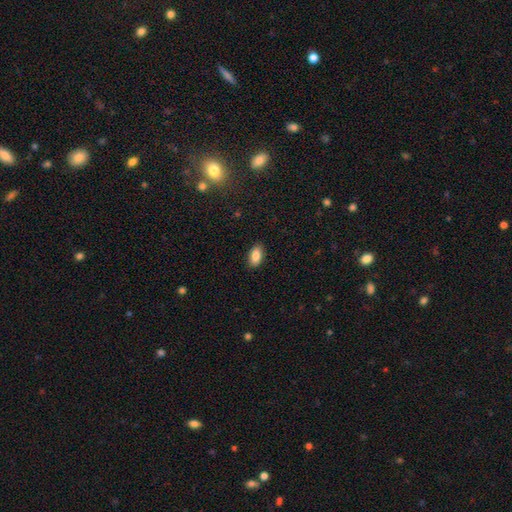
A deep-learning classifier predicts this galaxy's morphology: smooth_or_featured: smooth (p=0.87) [alt: star or artifact p=0.08]
how_rounded: in between (p=0.92) [alt: round p=0.05]
merging: none (p=0.88) [alt: minor disturbance p=0.09]